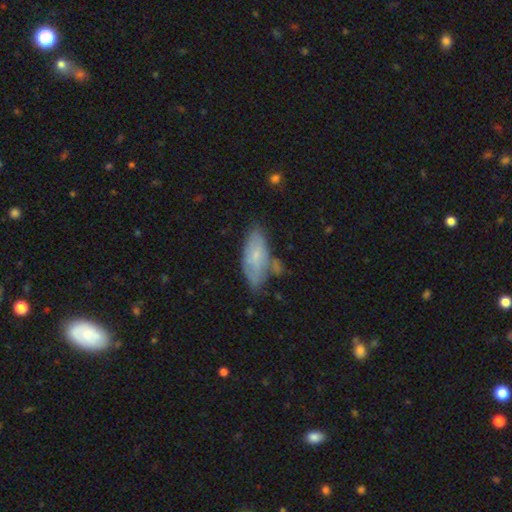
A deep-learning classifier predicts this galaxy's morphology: smooth-or-featured: smooth: 55% | featured or disk: 37% | star or artifact: 8%
  how-rounded: in between: 81% | cigar-shaped: 17% | round: 2%
  merging: none: 57% | minor disturbance: 27% | merger: 8% | major disturbance: 8%